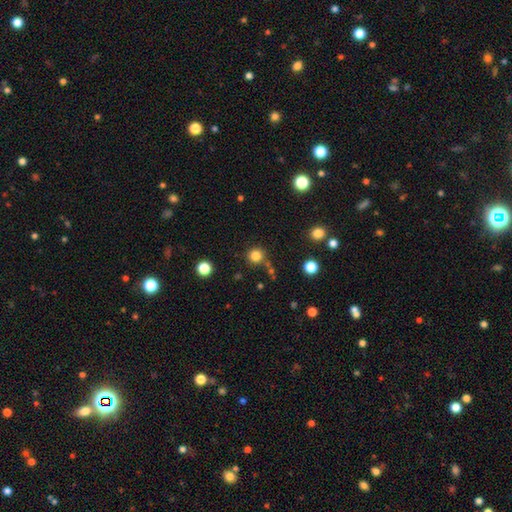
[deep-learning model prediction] Smooth or featured?
  - smooth: 81% *
  - star or artifact: 14%
  - featured or disk: 5%
How rounded?
  - round: 94% *
  - in between: 5%
  - cigar-shaped: 1%
Merging?
  - none: 80% *
  - minor disturbance: 9%
  - merger: 8%
  - major disturbance: 3%